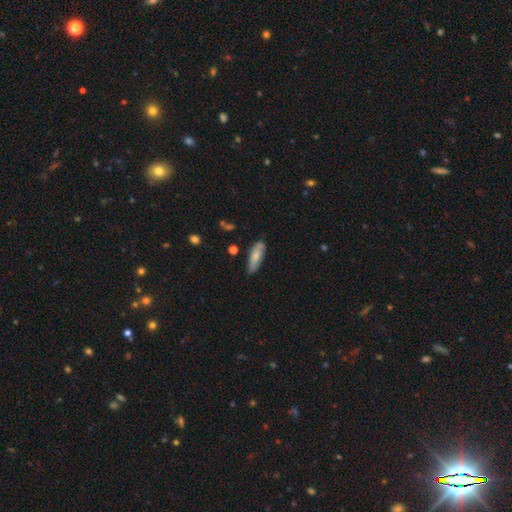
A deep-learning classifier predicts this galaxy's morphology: Smooth or featured?
  - smooth: 73% *
  - featured or disk: 21%
  - star or artifact: 6%
How rounded?
  - in between: 57% *
  - cigar-shaped: 41%
  - round: 2%
Merging?
  - none: 67% *
  - minor disturbance: 26%
  - major disturbance: 4%
  - merger: 3%